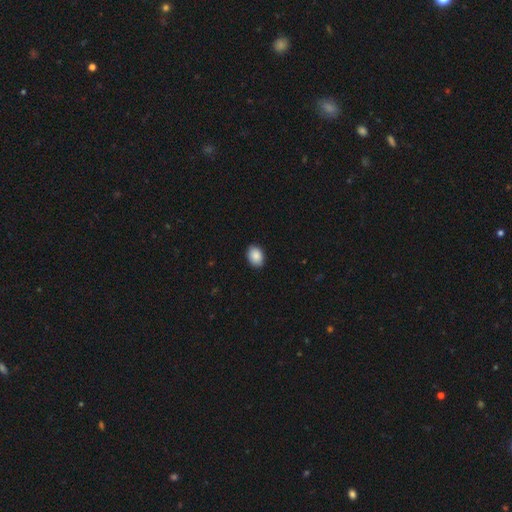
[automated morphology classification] The model was most divided on "how rounded": in between: 77%, round: 22%, cigar-shaped: 1%. More confident: smooth or featured — smooth (89%); merging — none (89%).